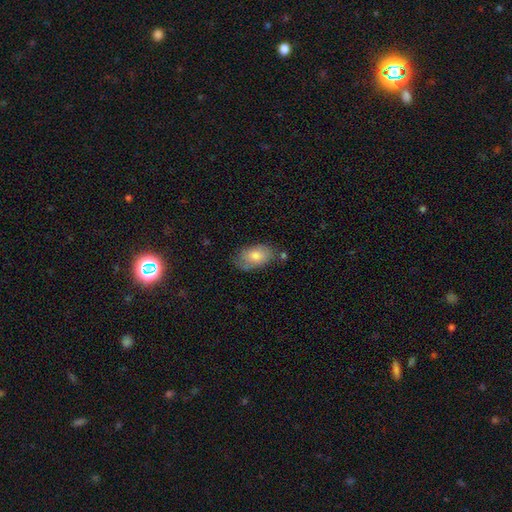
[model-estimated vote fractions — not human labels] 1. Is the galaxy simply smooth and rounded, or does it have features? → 70% smooth, 21% featured or disk, 9% star or artifact.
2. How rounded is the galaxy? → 92% in between, 6% round, 2% cigar-shaped.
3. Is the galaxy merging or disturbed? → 68% none, 22% minor disturbance, 5% major disturbance, 4% merger.